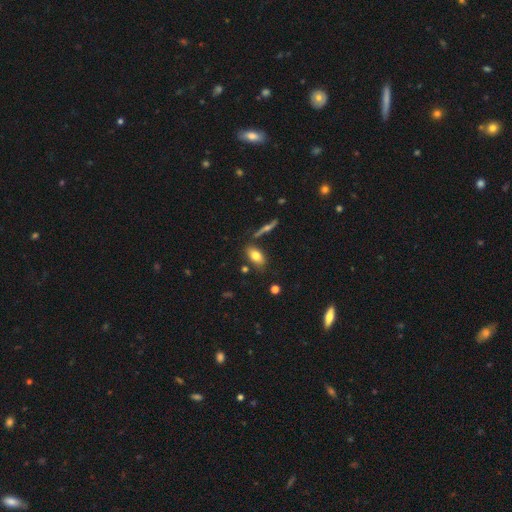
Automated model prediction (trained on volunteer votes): The model was most divided on "smooth or featured": smooth: 76%, featured or disk: 16%, star or artifact: 8%. More confident: how rounded — in between (87%); merging — none (75%).